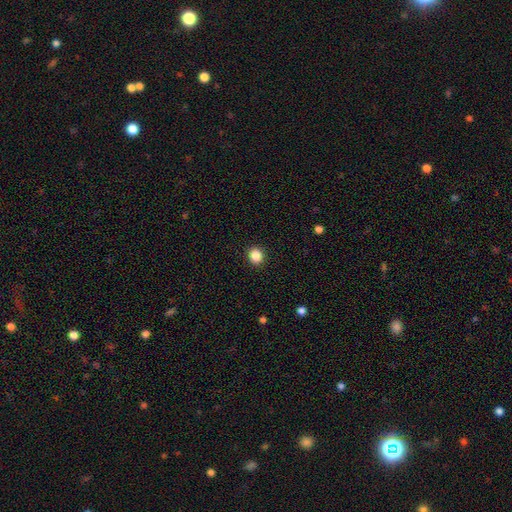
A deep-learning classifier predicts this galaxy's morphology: Smooth or featured?
  - smooth: 86% *
  - star or artifact: 10%
  - featured or disk: 4%
How rounded?
  - round: 80% *
  - in between: 19%
  - cigar-shaped: 1%
Merging?
  - none: 92% *
  - minor disturbance: 5%
  - major disturbance: 2%
  - merger: 1%